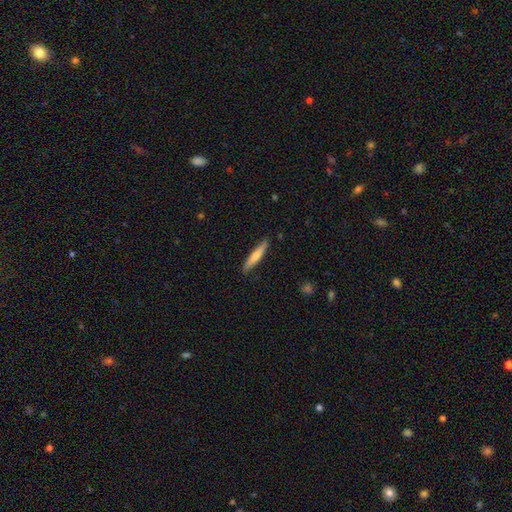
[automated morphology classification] Q: Smooth or featured?
A: smooth (55%); runner-up: featured or disk (40%)
Q: How rounded?
A: cigar-shaped (93%); runner-up: in between (6%)
Q: Merging?
A: none (89%); runner-up: minor disturbance (9%)